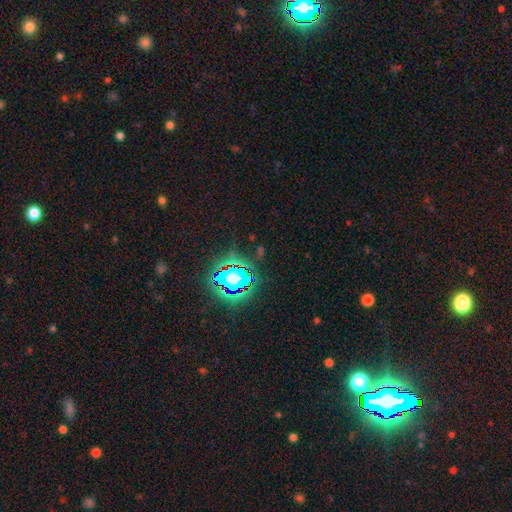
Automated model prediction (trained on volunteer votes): The model was most divided on "smooth or featured": star or artifact: 81%, smooth: 11%, featured or disk: 7%.